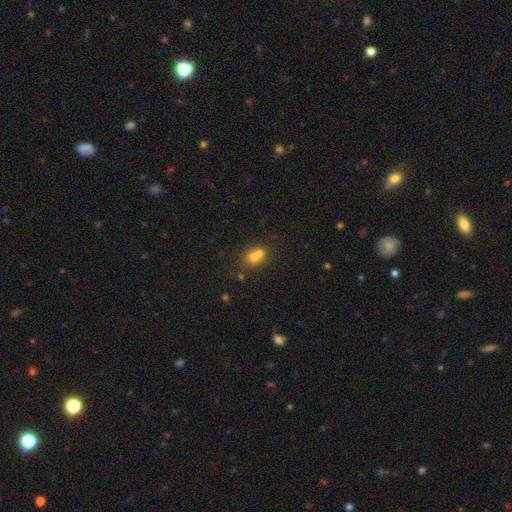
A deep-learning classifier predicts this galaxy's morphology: This is likely a smooth galaxy (66%). How rounded: likely round (63%). Merging: possibly merger (59%).